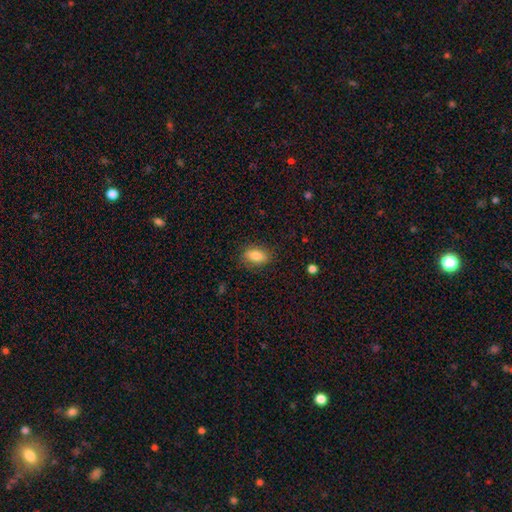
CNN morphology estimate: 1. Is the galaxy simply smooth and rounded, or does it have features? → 82% smooth, 10% featured or disk, 8% star or artifact.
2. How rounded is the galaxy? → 86% in between, 10% round, 5% cigar-shaped.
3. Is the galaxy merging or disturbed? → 82% none, 13% minor disturbance, 3% major disturbance, 1% merger.